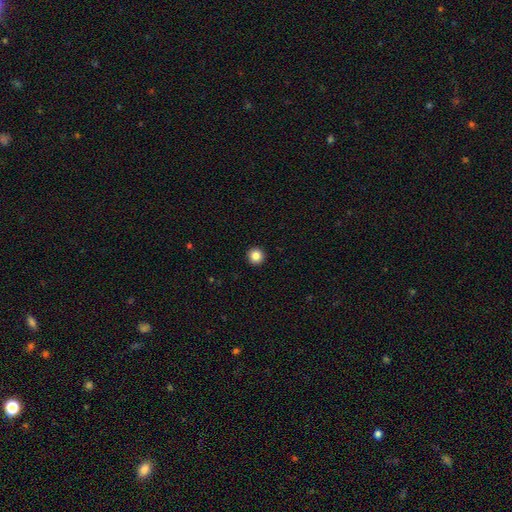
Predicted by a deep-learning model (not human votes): Q: Smooth or featured?
A: smooth (85%); runner-up: star or artifact (10%)
Q: How rounded?
A: round (96%); runner-up: in between (3%)
Q: Merging?
A: none (94%); runner-up: minor disturbance (4%)